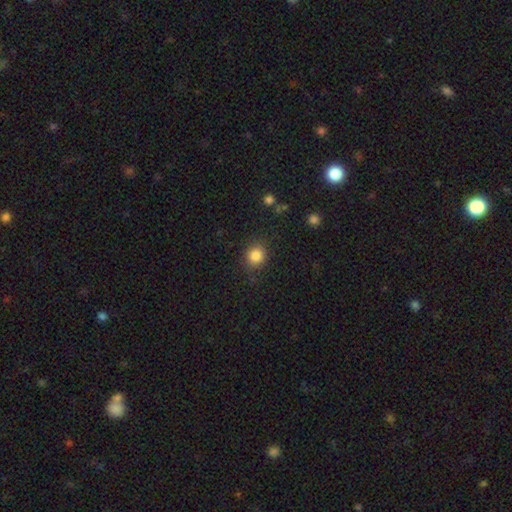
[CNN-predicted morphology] smooth_or_featured: smooth (p=0.85) [alt: star or artifact p=0.10]
how_rounded: round (p=0.82) [alt: in between p=0.17]
merging: none (p=0.86) [alt: minor disturbance p=0.10]